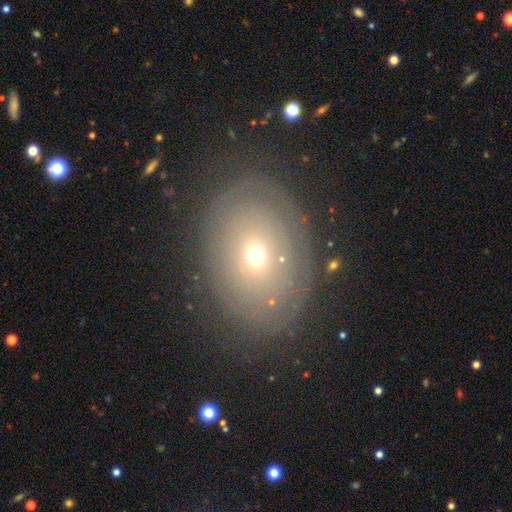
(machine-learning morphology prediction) A smooth galaxy with no disk features (45%). Merging: none (77%).